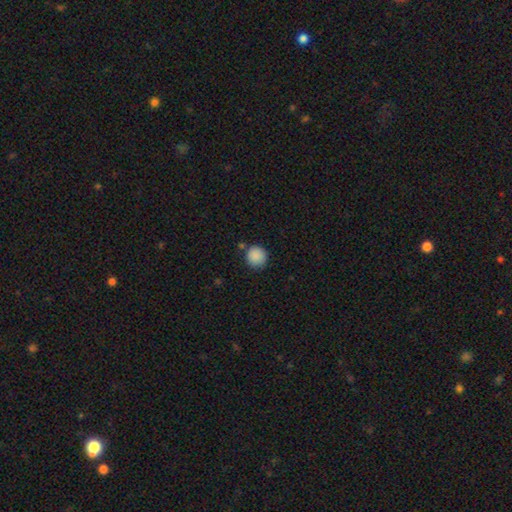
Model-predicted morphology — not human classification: smooth 89%, star or artifact 8%, featured or disk 3%. Down the decision tree: how rounded — round (92%); merging — none (81%).